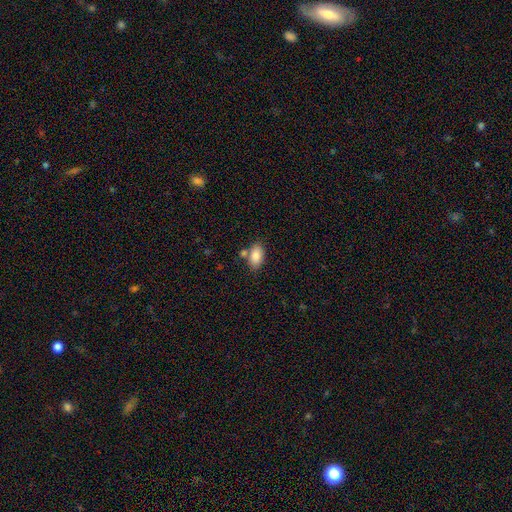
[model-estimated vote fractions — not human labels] smooth-or-featured: smooth: 86% | star or artifact: 7% | featured or disk: 6%
  how-rounded: in between: 92% | round: 5% | cigar-shaped: 3%
  merging: none: 69% | merger: 15% | minor disturbance: 13% | major disturbance: 3%